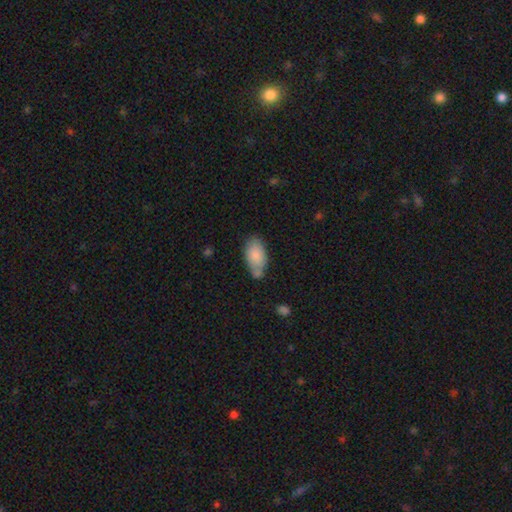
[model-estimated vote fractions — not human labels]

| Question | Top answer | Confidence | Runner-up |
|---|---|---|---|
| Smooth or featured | smooth | 83% | featured or disk (11%) |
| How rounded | in between | 94% | round (4%) |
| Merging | none | 57% | minor disturbance (22%) |